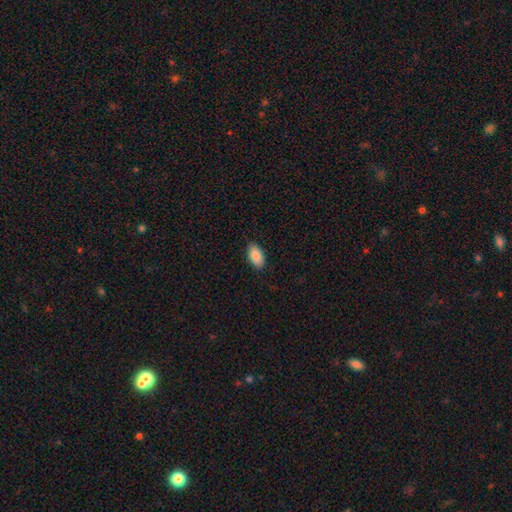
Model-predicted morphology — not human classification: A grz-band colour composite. It shows a smooth galaxy with no disk features (88%) that is in between round and cigar-shaped (94%). Merging: none (86%).